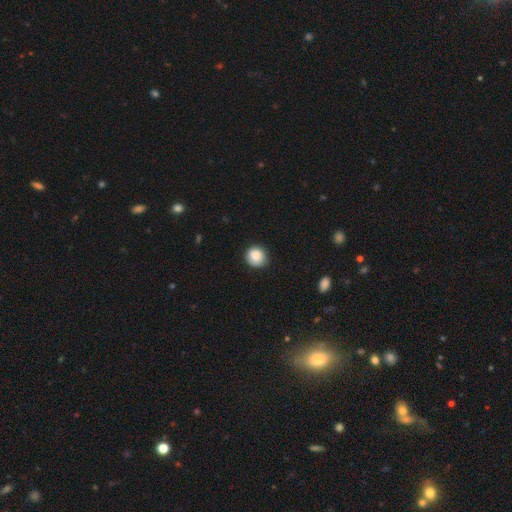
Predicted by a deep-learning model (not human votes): Smooth or featured? smooth (87%)
How rounded? round (88%)
Merging? none (83%)